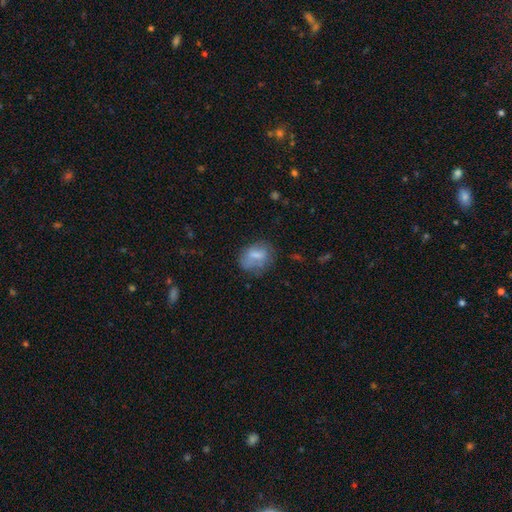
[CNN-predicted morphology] Smooth or featured: smooth — 66% (featured or disk — 26%)
How rounded: in between — 63% (round — 34%)
Merging: none — 56% (minor disturbance — 26%)